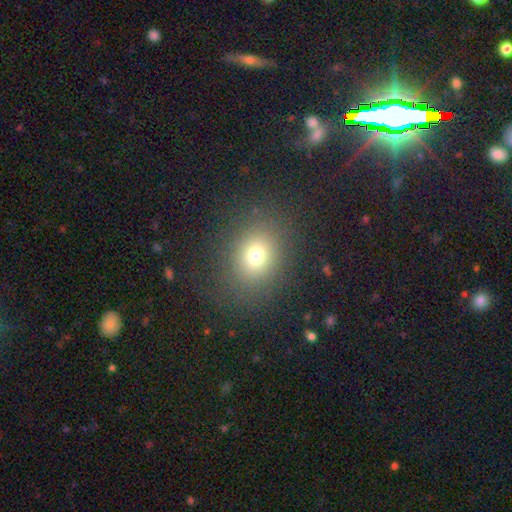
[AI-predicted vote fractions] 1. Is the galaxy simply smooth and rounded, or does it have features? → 72% smooth, 18% star or artifact, 11% featured or disk.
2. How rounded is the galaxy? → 63% round, 36% in between, 1% cigar-shaped.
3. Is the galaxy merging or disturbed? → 84% none, 9% minor disturbance, 6% major disturbance, 1% merger.